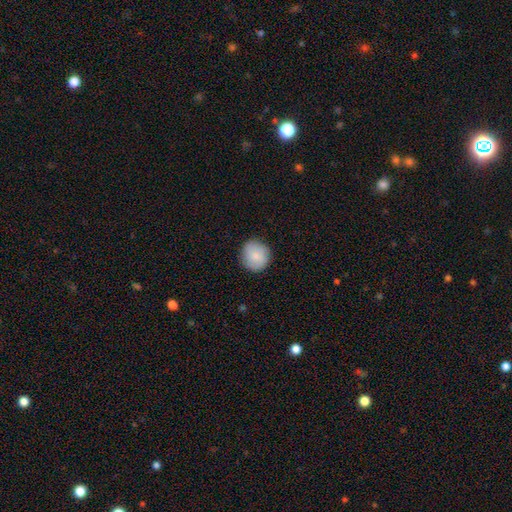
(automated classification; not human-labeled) This is clearly a smooth galaxy (84%). How rounded: clearly round (91%). Merging: clearly none (87%).